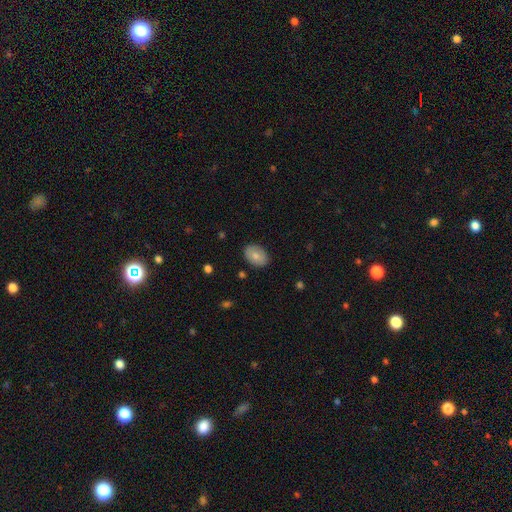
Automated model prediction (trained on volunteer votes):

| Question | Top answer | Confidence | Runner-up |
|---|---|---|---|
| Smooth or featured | smooth | 72% | featured or disk (21%) |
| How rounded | in between | 79% | round (20%) |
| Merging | none | 86% | minor disturbance (11%) |